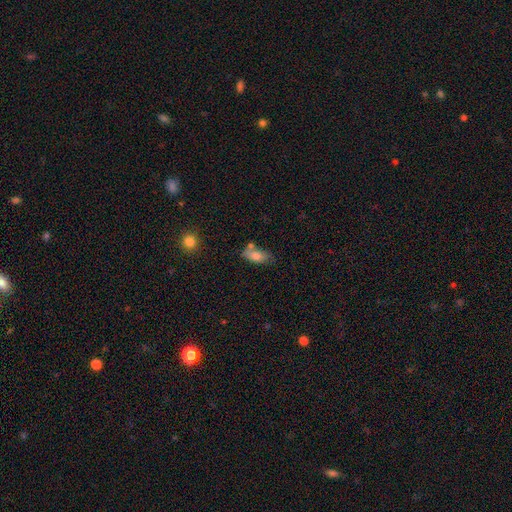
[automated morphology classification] This is likely a smooth galaxy (76%). How rounded: clearly in between (84%). Merging: possibly none (55%).